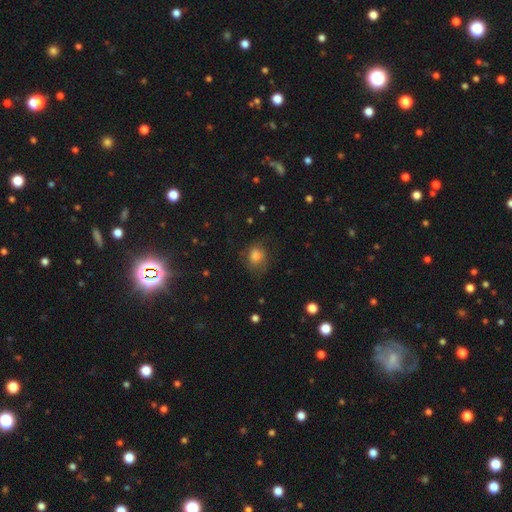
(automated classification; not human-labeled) The model was most divided on "how rounded": round: 59%, in between: 40%, cigar-shaped: 1%. More confident: smooth or featured — smooth (72%); merging — none (59%).